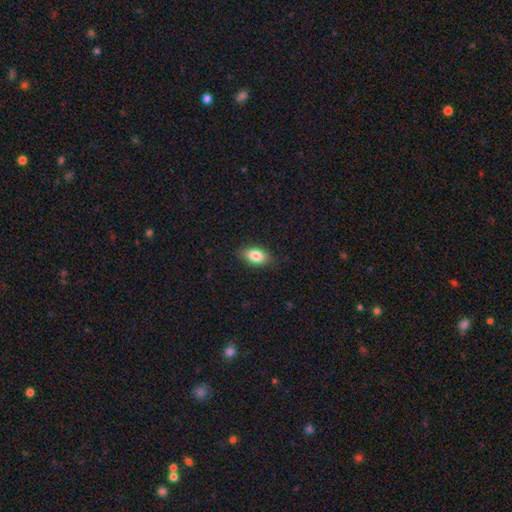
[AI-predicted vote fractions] smooth-or-featured: smooth: 83% | featured or disk: 9% | star or artifact: 8%
  how-rounded: in between: 88% | round: 9% | cigar-shaped: 3%
  merging: none: 85% | minor disturbance: 12% | major disturbance: 3% | merger: 1%